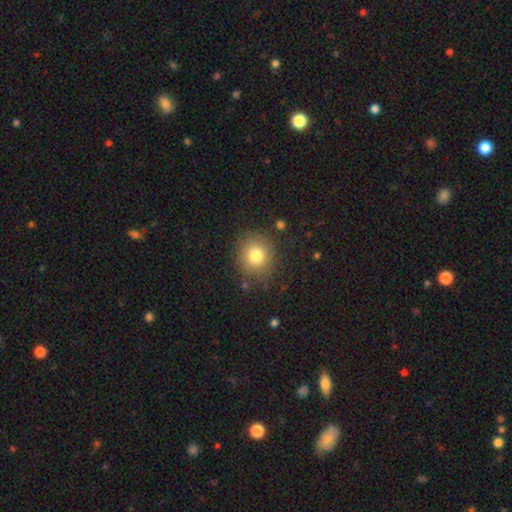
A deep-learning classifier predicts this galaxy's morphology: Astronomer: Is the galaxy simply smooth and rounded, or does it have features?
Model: smooth — 80%.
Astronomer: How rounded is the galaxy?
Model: round — 87%.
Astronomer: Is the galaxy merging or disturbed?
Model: none — 85%.